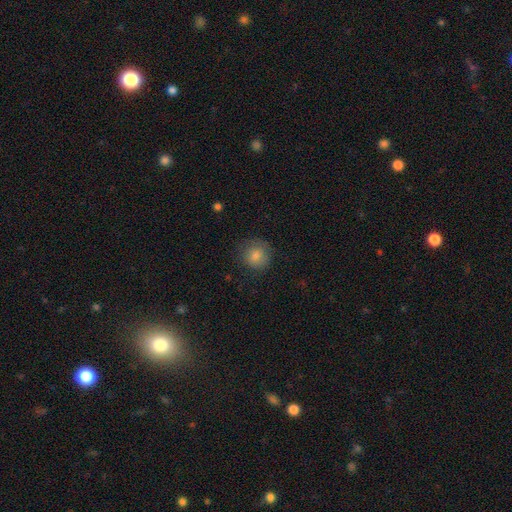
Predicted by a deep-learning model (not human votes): A smooth galaxy with no disk features (76%) that is round (91%). Merging: none (80%).